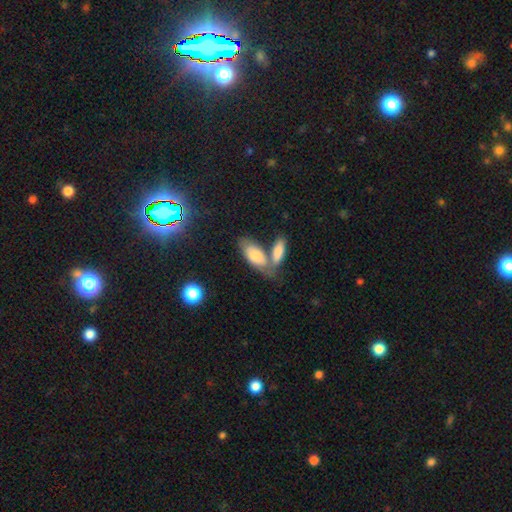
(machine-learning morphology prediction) smooth 77%, featured or disk 17%, star or artifact 6%. Down the decision tree: how rounded — in between (85%); merging — merger (43%).